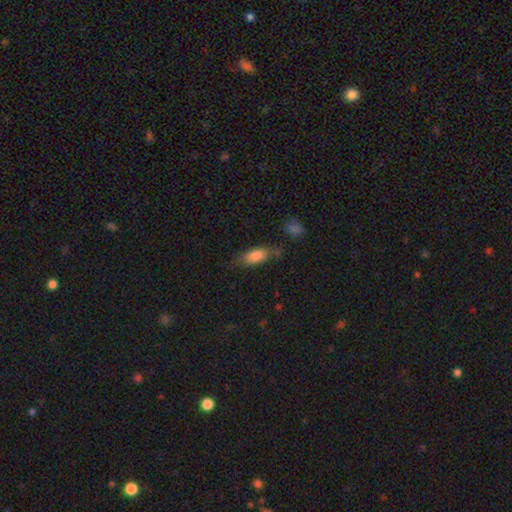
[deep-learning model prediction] smooth_or_featured: smooth (p=0.80) [alt: featured or disk p=0.13]
how_rounded: in between (p=0.75) [alt: cigar-shaped p=0.22]
merging: none (p=0.63) [alt: minor disturbance p=0.23]